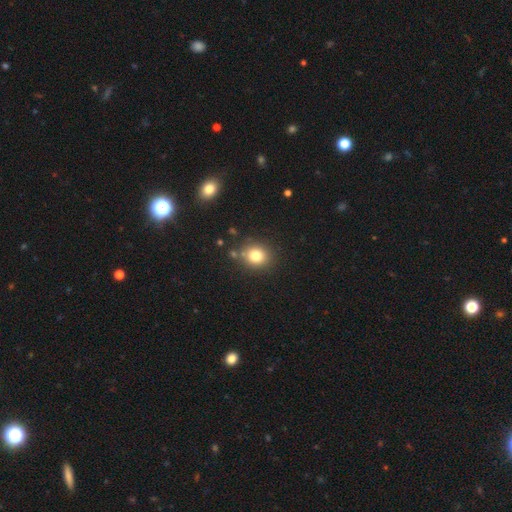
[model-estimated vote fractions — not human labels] A smooth galaxy with no disk features (79%) that is round (77%).

Vote fractions:
- Smooth or featured? smooth: 79% / star or artifact: 12% / featured or disk: 8%
- How rounded? round: 77% / in between: 22% / cigar-shaped: 1%
- Merging? none: 80% / minor disturbance: 11% / merger: 6% / major disturbance: 3%